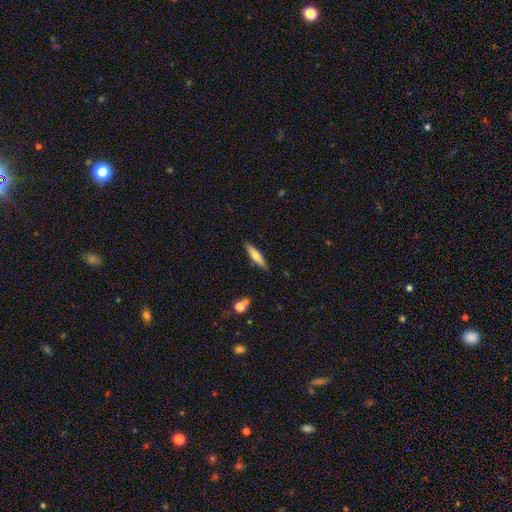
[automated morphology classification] Q: Smooth or featured?
A: smooth (60%); runner-up: featured or disk (33%)
Q: How rounded?
A: cigar-shaped (74%); runner-up: in between (25%)
Q: Merging?
A: none (87%); runner-up: minor disturbance (9%)